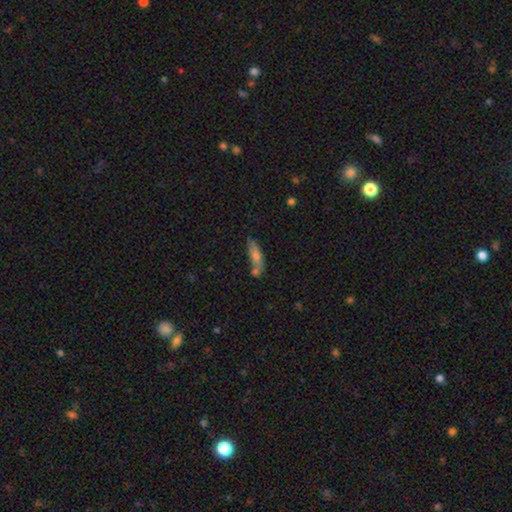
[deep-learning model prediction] smooth-or-featured: smooth: 65% | featured or disk: 26% | star or artifact: 8%
  how-rounded: cigar-shaped: 61% | in between: 36% | round: 3%
  merging: none: 53% | merger: 24% | minor disturbance: 18% | major disturbance: 5%